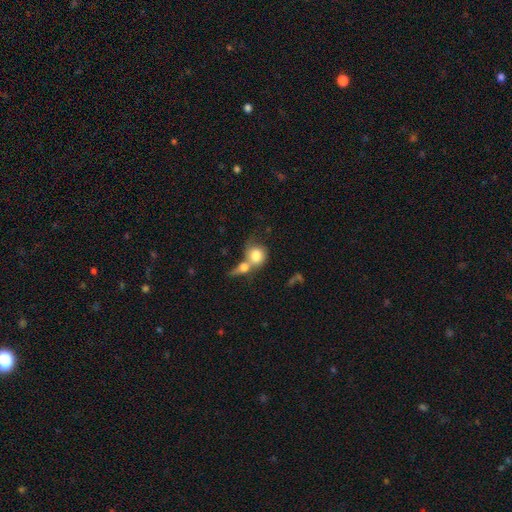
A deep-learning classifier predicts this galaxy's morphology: A smooth galaxy with no disk features (75%) that is round (70%). Merging: merger (67%).